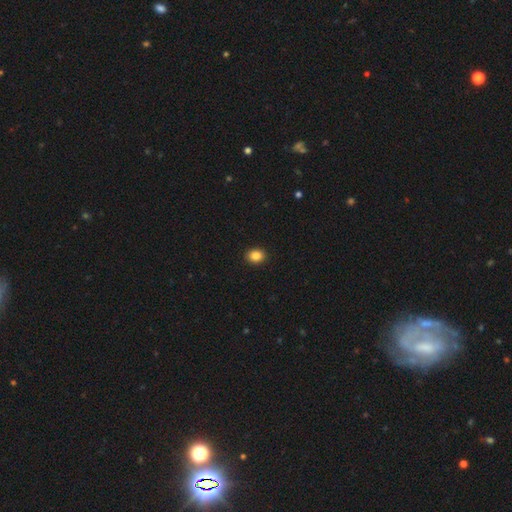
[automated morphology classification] Smooth or featured?
  - smooth: 87% *
  - star or artifact: 10%
  - featured or disk: 4%
How rounded?
  - round: 52% *
  - in between: 47%
  - cigar-shaped: 1%
Merging?
  - none: 92% *
  - minor disturbance: 6%
  - major disturbance: 2%
  - merger: 1%